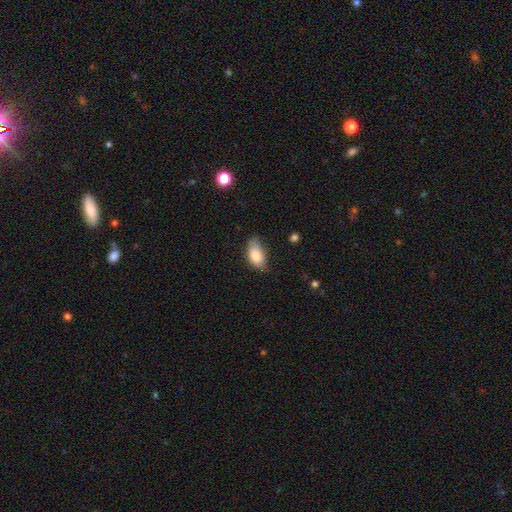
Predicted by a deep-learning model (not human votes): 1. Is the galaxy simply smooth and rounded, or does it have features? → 83% smooth, 10% featured or disk, 7% star or artifact.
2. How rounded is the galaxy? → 91% in between, 5% cigar-shaped, 4% round.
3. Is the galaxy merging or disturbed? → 60% none, 32% minor disturbance, 6% major disturbance, 2% merger.